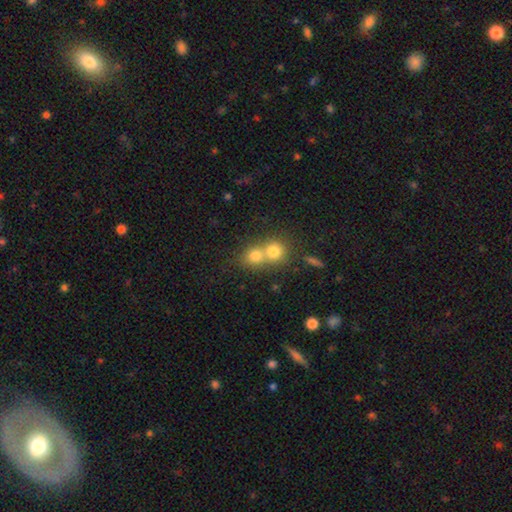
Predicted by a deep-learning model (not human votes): This is likely a smooth galaxy (77%). How rounded: likely round (79%). Merging: likely merger (61%).